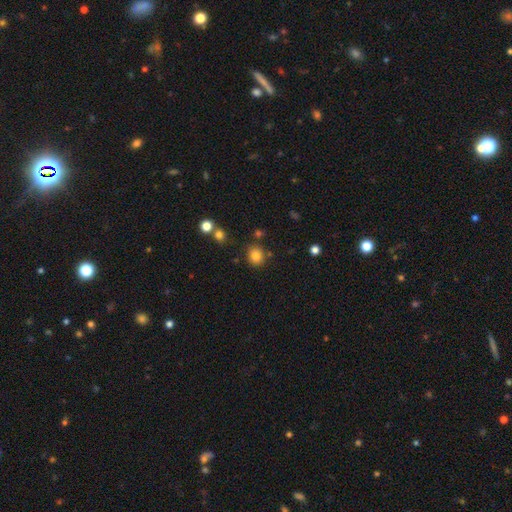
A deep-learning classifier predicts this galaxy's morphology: smooth 82%, star or artifact 12%, featured or disk 6%. Down the decision tree: how rounded — round (83%); merging — none (81%).